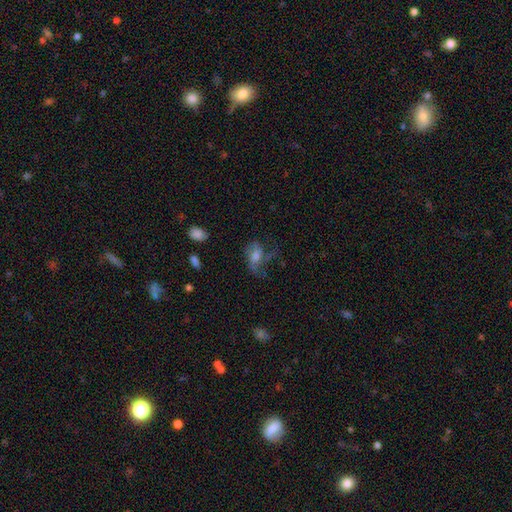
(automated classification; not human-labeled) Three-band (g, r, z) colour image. It shows a featured or disk galaxy (48%). Merging: none (41%).